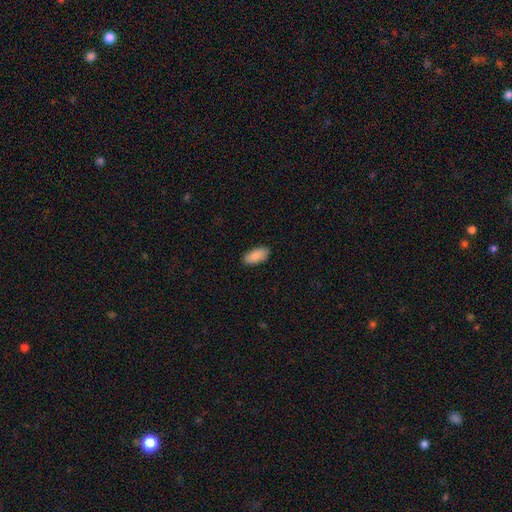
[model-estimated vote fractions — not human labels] This appears to be a smooth galaxy with no disk features (89%) that is in between round and cigar-shaped (93%). Merging: none (88%).